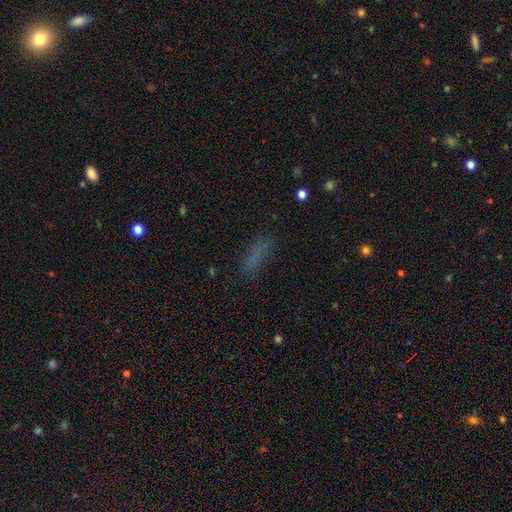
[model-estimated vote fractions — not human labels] The model was most divided on "how rounded": cigar-shaped: 63%, in between: 34%, round: 3%. More confident: merging — none (78%); smooth or featured — smooth (74%).